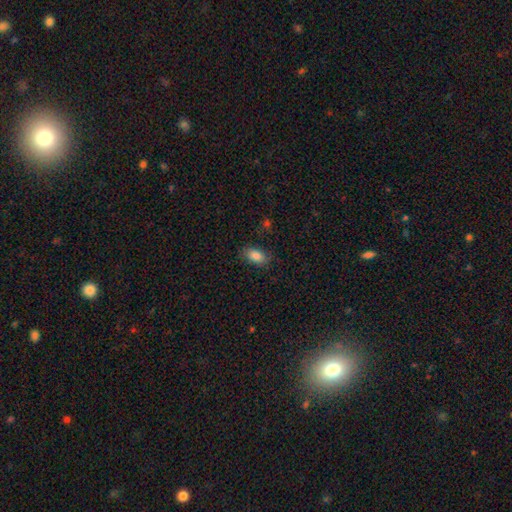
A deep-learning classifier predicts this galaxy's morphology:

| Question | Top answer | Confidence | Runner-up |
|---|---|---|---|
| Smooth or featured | smooth | 85% | star or artifact (8%) |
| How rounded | in between | 91% | round (7%) |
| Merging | none | 80% | minor disturbance (15%) |